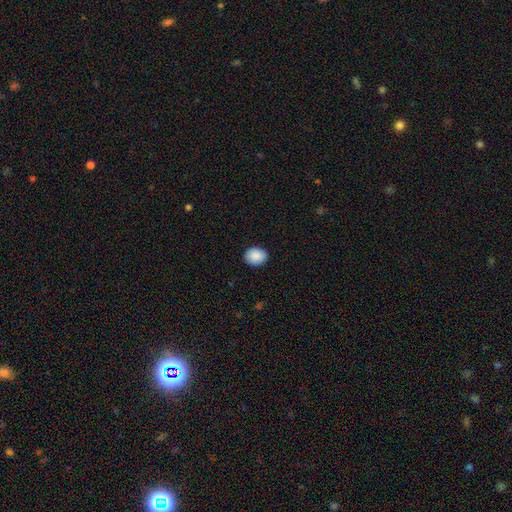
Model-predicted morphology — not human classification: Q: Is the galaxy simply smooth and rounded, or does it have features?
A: smooth — 90%.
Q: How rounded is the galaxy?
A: round — 53%.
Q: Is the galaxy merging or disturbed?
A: none — 89%.